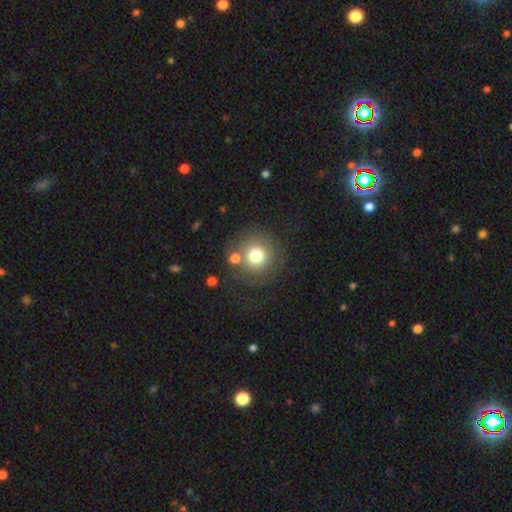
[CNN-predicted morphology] Smooth or featured?
  - smooth: 73% *
  - featured or disk: 15%
  - star or artifact: 13%
How rounded?
  - round: 94% *
  - in between: 5%
  - cigar-shaped: 1%
Merging?
  - none: 70% *
  - merger: 12%
  - minor disturbance: 11%
  - major disturbance: 7%